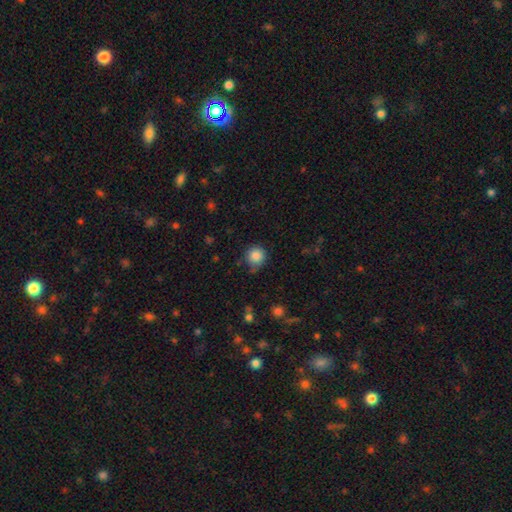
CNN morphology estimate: Q: Smooth or featured?
A: smooth (85%); runner-up: star or artifact (10%)
Q: How rounded?
A: round (92%); runner-up: in between (8%)
Q: Merging?
A: none (75%); runner-up: minor disturbance (19%)